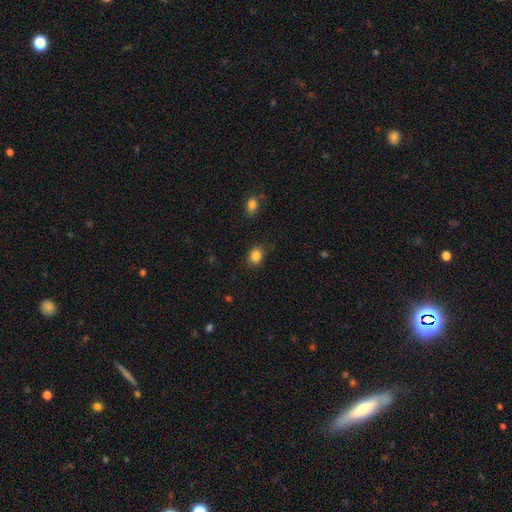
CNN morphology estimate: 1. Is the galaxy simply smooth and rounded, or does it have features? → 85% smooth, 10% star or artifact, 5% featured or disk.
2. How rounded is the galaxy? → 53% in between, 46% round, 1% cigar-shaped.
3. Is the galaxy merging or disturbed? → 82% none, 13% minor disturbance, 3% major disturbance, 1% merger.